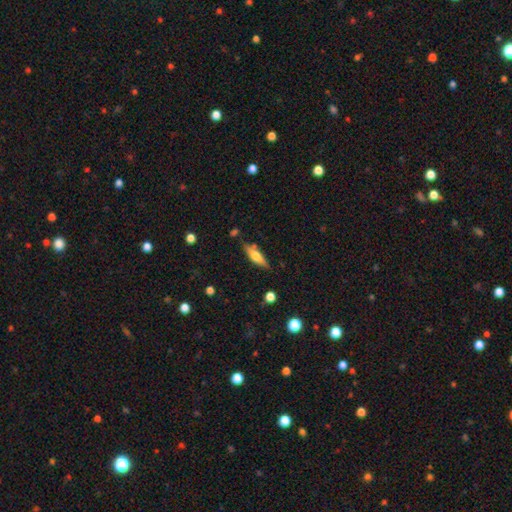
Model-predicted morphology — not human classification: smooth_or_featured: smooth (p=0.54) [alt: featured or disk p=0.40]
how_rounded: cigar-shaped (p=0.58) [alt: in between p=0.39]
merging: none (p=0.79) [alt: minor disturbance p=0.14]